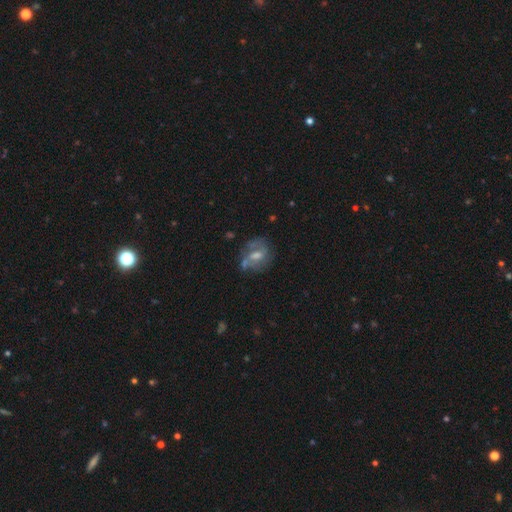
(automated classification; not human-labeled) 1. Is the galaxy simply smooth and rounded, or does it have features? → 60% featured or disk, 27% smooth, 14% star or artifact.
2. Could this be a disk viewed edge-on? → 96% no, 4% yes.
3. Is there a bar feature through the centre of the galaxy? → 45% weak, 43% no, 12% strong.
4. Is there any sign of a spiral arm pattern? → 67% yes, 33% no.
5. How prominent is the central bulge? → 55% moderate, 26% small, 9% large, 9% none, 1% dominant.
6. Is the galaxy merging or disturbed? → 55% none, 20% minor disturbance, 14% major disturbance, 12% merger.